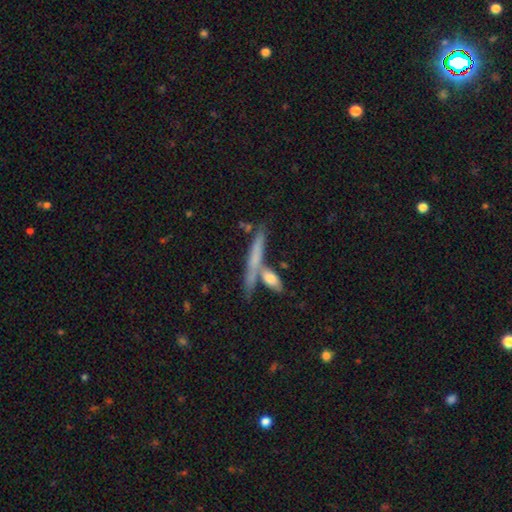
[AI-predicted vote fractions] smooth_or_featured: smooth (p=0.47) [alt: featured or disk p=0.44]
merging: none (p=0.61) [alt: merger p=0.24]